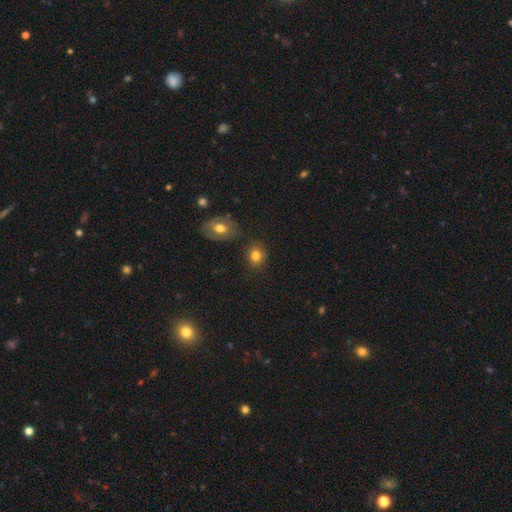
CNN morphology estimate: The model was most divided on "how rounded": round: 57%, in between: 42%, cigar-shaped: 1%. More confident: smooth or featured — smooth (81%); merging — none (76%).